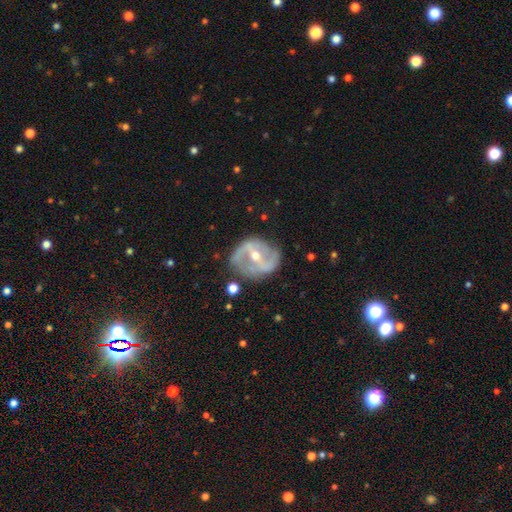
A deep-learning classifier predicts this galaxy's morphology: type=featured or disk (83%); edge-on=no (95%); bar=strong (54%); spiral arms=yes (77%); winding=medium (42%); arm count=2 (84%); bulge=moderate (55%); merging=none (72%).